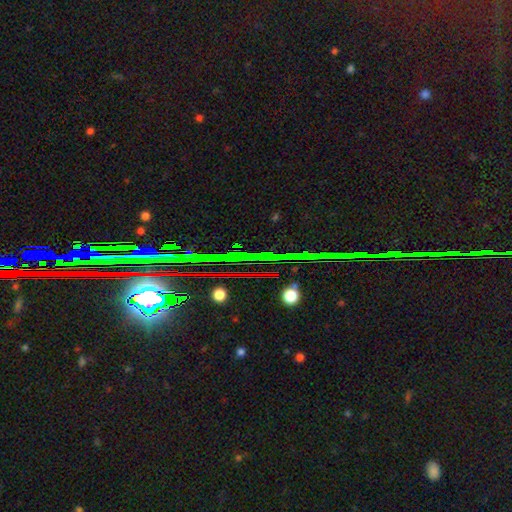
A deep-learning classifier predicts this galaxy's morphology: Smooth or featured?
  - star or artifact: 86% *
  - featured or disk: 7%
  - smooth: 7%